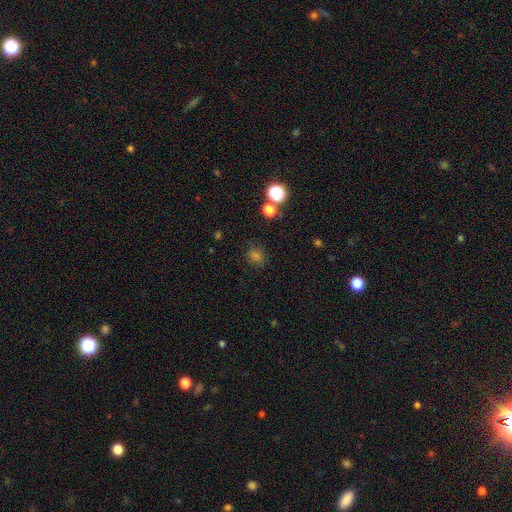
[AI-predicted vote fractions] Q: Smooth or featured?
A: smooth (68%); runner-up: star or artifact (26%)
Q: How rounded?
A: round (70%); runner-up: in between (29%)
Q: Merging?
A: none (81%); runner-up: minor disturbance (12%)